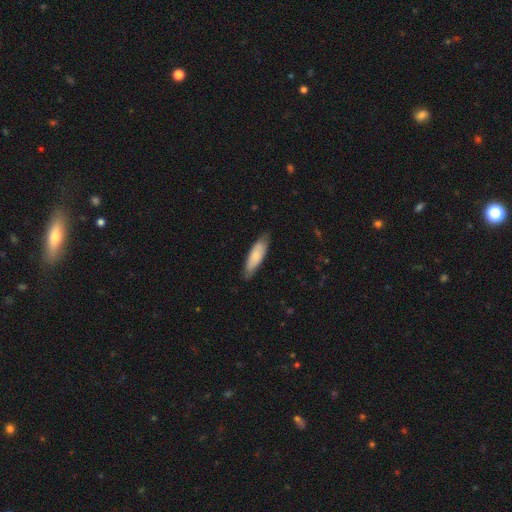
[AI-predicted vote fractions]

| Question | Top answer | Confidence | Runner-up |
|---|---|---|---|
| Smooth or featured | smooth | 78% | featured or disk (17%) |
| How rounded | cigar-shaped | 53% | in between (45%) |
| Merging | none | 79% | minor disturbance (18%) |